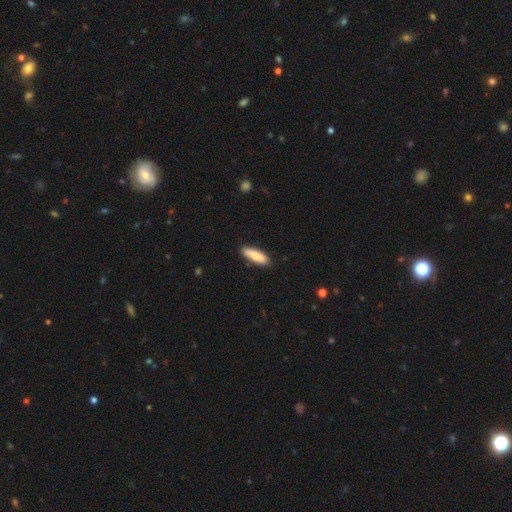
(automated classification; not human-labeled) Overall: smooth (84%). How rounded: cigar-shaped (60%; in between 38%). Merging: none (85%).